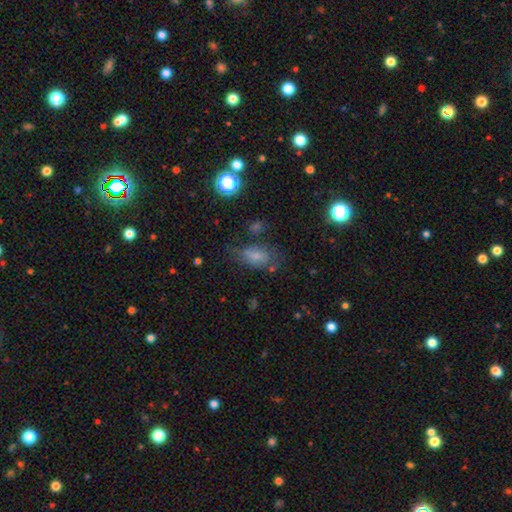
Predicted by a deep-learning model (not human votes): Smooth or featured? smooth (62%)
How rounded? in between (84%)
Merging? none (52%)